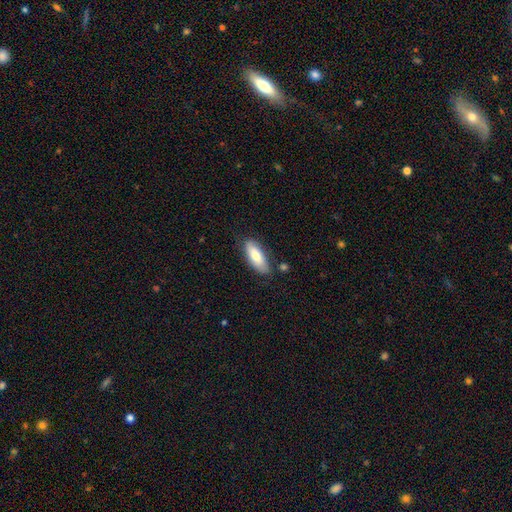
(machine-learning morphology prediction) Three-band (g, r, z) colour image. It shows a smooth galaxy with no disk features (76%) that is in between round and cigar-shaped (75%). Merging: none (77%).